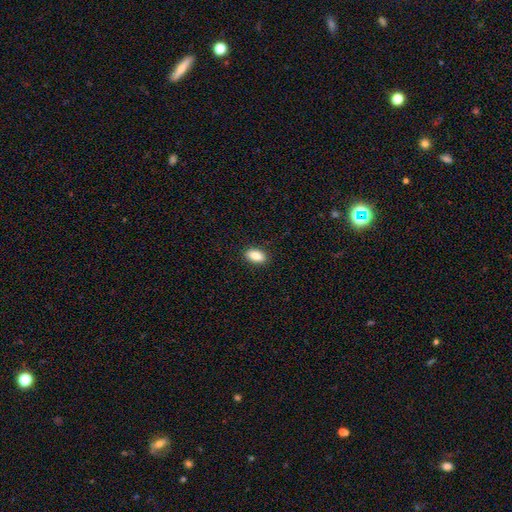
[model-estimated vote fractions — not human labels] Q: Smooth or featured?
A: smooth (87%); runner-up: star or artifact (7%)
Q: How rounded?
A: in between (90%); runner-up: round (5%)
Q: Merging?
A: none (90%); runner-up: minor disturbance (8%)